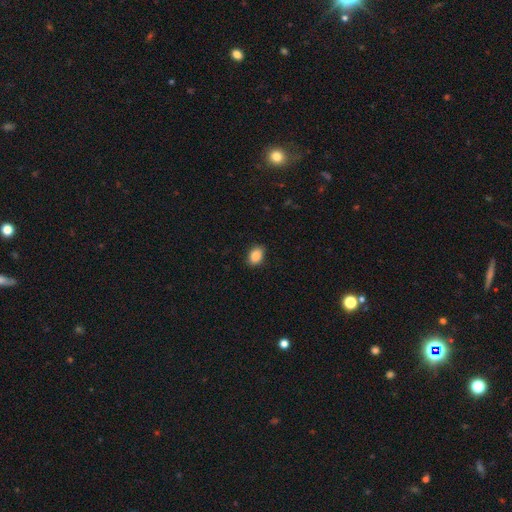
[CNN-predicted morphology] A smooth galaxy with no disk features (89%) that is in between round and cigar-shaped (79%).

Vote fractions:
- Smooth or featured? smooth: 89% / star or artifact: 8% / featured or disk: 3%
- How rounded? in between: 79% / round: 19% / cigar-shaped: 1%
- Merging? none: 86% / minor disturbance: 11% / major disturbance: 2% / merger: 1%